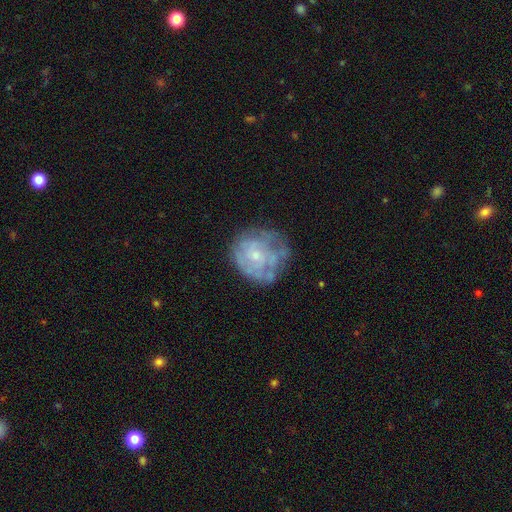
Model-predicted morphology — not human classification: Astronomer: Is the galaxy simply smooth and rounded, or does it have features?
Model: featured or disk — 65%.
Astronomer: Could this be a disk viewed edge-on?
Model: no — 98%.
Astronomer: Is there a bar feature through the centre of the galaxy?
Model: no — 81%.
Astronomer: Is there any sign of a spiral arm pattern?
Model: no — 54% (runner-up: yes, 46%).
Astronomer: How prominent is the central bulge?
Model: small — 63%.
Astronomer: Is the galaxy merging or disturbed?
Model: none — 54%.